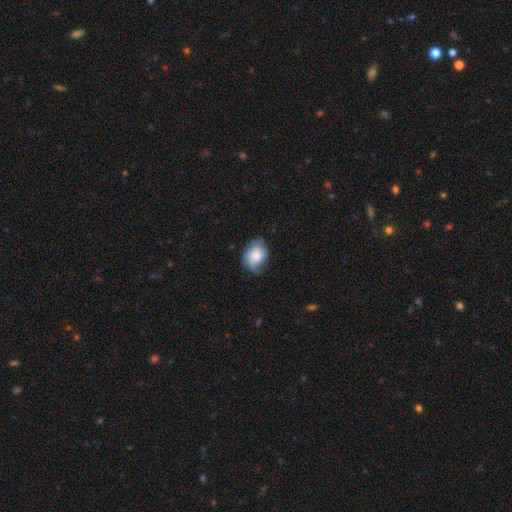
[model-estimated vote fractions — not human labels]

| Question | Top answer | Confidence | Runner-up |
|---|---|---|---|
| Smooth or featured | featured or disk | 48% | smooth (44%) |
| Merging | none | 59% | minor disturbance (29%) |